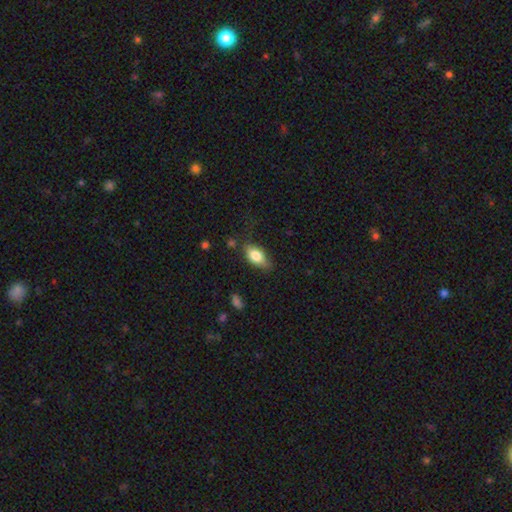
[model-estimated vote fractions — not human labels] This appears to be a smooth galaxy with no disk features (77%) that is in between round and cigar-shaped (87%). Merging: none (65%).